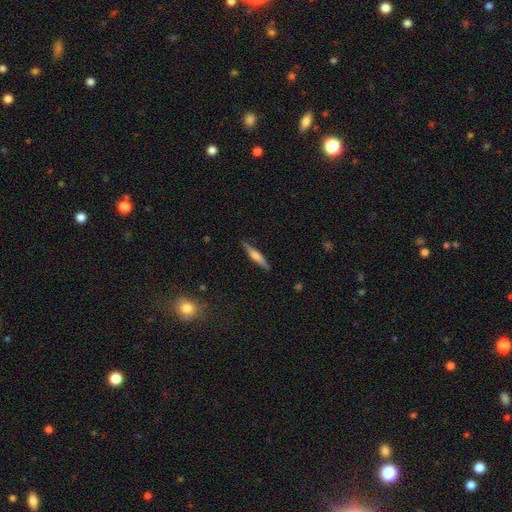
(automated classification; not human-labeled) Smooth or featured?
  - smooth: 49% *
  - featured or disk: 45%
  - star or artifact: 6%
Merging?
  - none: 88% *
  - minor disturbance: 9%
  - major disturbance: 2%
  - merger: 1%